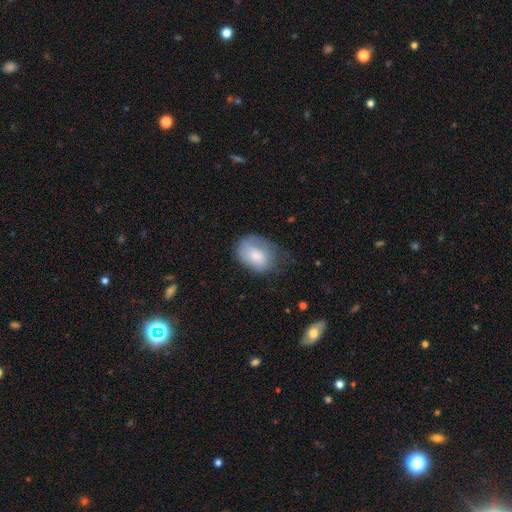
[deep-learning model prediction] Smooth or featured?
  - smooth: 71% *
  - featured or disk: 22%
  - star or artifact: 7%
How rounded?
  - in between: 73% *
  - round: 26%
  - cigar-shaped: 1%
Merging?
  - minor disturbance: 36% *
  - none: 33%
  - major disturbance: 30%
  - merger: 2%